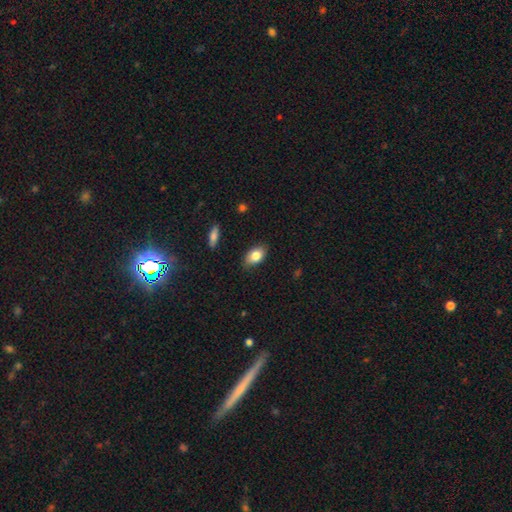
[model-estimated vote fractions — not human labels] Q: Smooth or featured?
A: smooth (81%); runner-up: featured or disk (11%)
Q: How rounded?
A: in between (89%); runner-up: round (9%)
Q: Merging?
A: none (83%); runner-up: minor disturbance (13%)